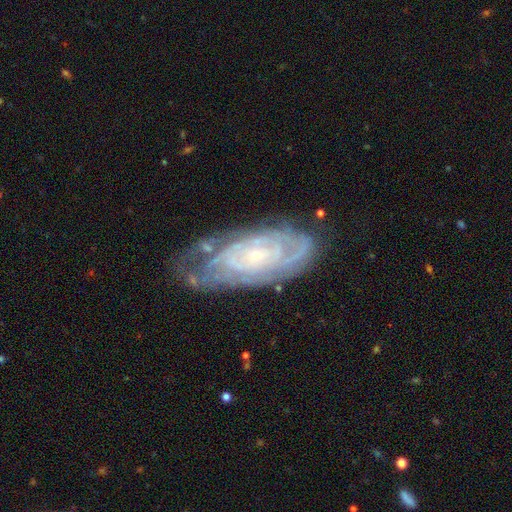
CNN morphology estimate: A featured or disk galaxy (84%) with no bar (72%), tight (78%) spiral arms (93%) and a small central bulge (80%).

Vote fractions:
- Smooth or featured? featured or disk: 84% / smooth: 10% / star or artifact: 6%
- Edge-on disk? no: 93% / yes: 7%
- Bar? no: 72% / weak: 22% / strong: 6%
- Spiral arms? yes: 93% / no: 7%
- Spiral winding? tight: 78% / medium: 18% / loose: 4%
- Spiral arm count? can't tell: 46% / 2: 17% / 3: 13% / 4: 12% / more than 4: 7% / 1: 5%
- Bulge size? small: 80% / moderate: 16% / none: 2% / large: 1% / dominant: 1%
- Merging? none: 61% / minor disturbance: 26% / major disturbance: 10% / merger: 2%